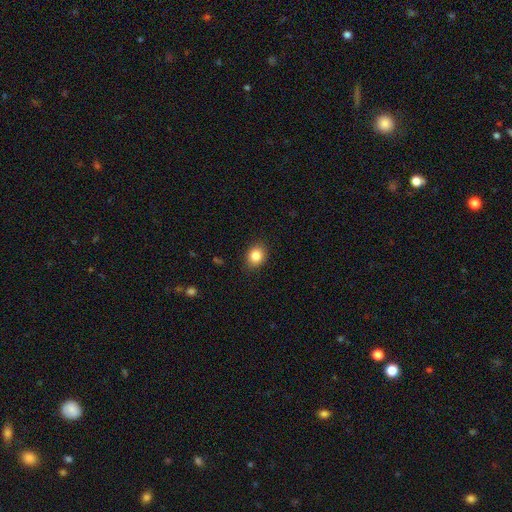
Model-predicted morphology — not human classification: smooth 85%, star or artifact 10%, featured or disk 5%. Down the decision tree: how rounded — round (55%); merging — none (88%).